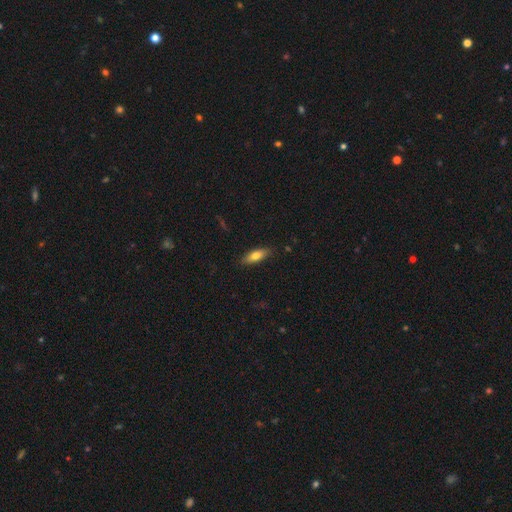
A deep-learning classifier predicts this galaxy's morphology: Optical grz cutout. It shows a smooth galaxy with no disk features (72%) that is in between round and cigar-shaped (60%). Merging: none (85%).